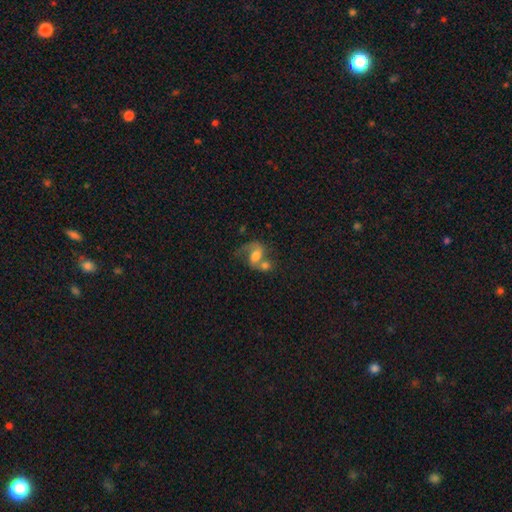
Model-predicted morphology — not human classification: A smooth galaxy with no disk features (46%). Merging: merger (62%).